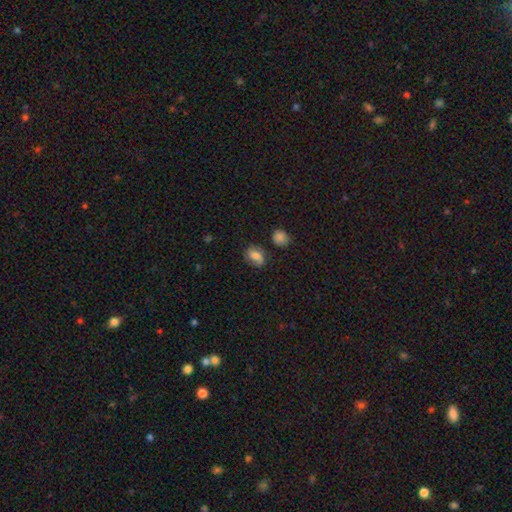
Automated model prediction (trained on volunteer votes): smooth 61%, featured or disk 28%, star or artifact 10%. Down the decision tree: how rounded — in between (65%); merging — none (65%).